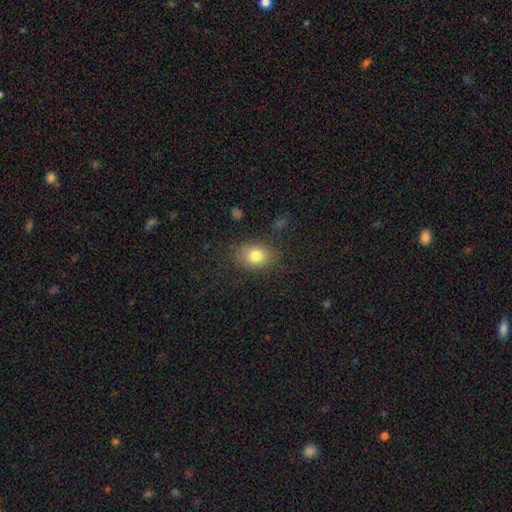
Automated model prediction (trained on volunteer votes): This is likely a smooth galaxy (80%). How rounded: possibly in between (60%). Merging: likely none (79%).